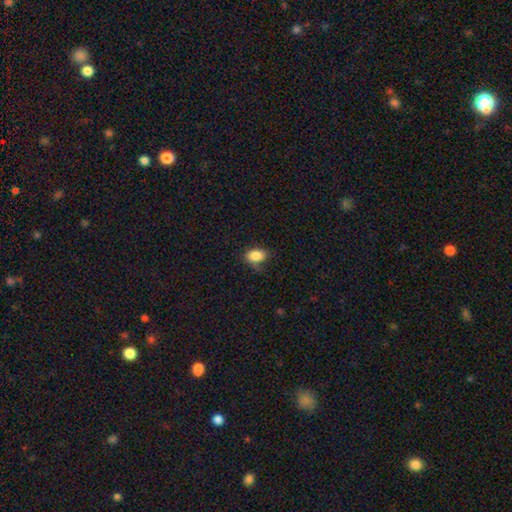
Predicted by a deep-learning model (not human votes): smooth 85%, star or artifact 9%, featured or disk 6%. Down the decision tree: how rounded — in between (82%); merging — none (60%).